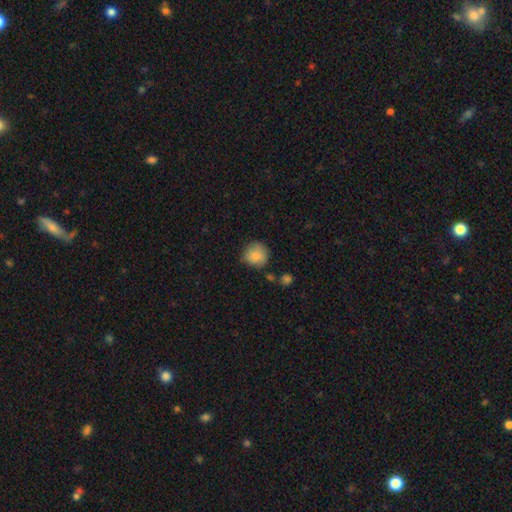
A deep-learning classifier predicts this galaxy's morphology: smooth 85%, star or artifact 8%, featured or disk 7%. Down the decision tree: how rounded — round (90%); merging — none (74%).